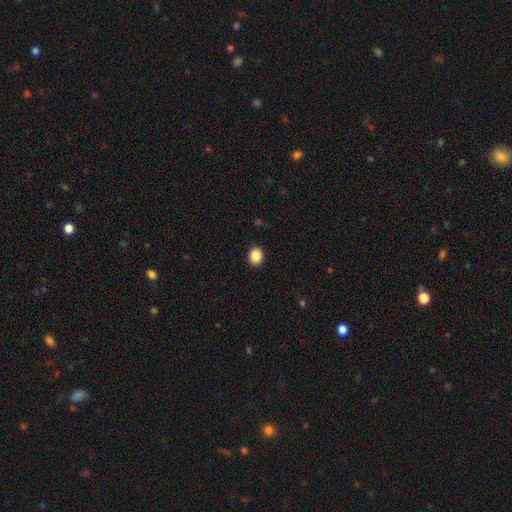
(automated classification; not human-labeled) smooth-or-featured: smooth: 87% | star or artifact: 9% | featured or disk: 4%
  how-rounded: round: 61% | in between: 38% | cigar-shaped: 1%
  merging: none: 91% | minor disturbance: 6% | major disturbance: 2% | merger: 1%